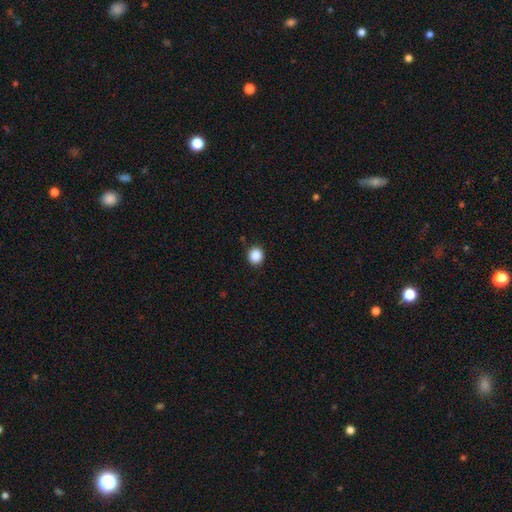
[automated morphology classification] smooth 87%, star or artifact 10%, featured or disk 3%. Down the decision tree: how rounded — round (83%); merging — none (90%).